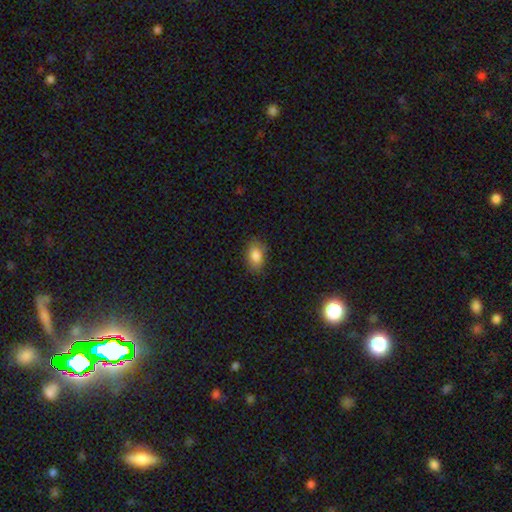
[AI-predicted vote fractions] Morphology: type=smooth (85%); roundness=in between (87%); merging=none (80%).